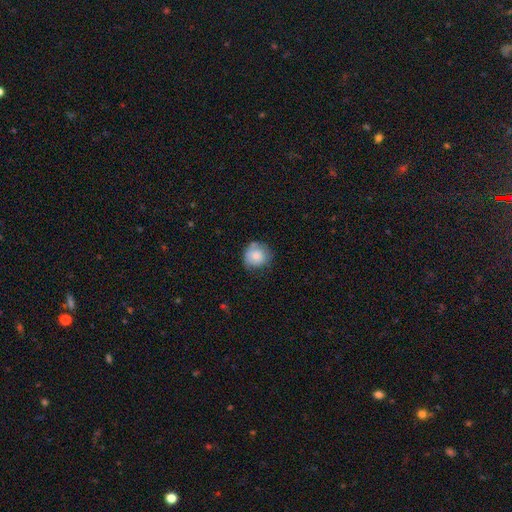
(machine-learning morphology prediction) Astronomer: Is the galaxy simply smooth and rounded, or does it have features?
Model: smooth — 77%.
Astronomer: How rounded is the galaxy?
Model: round — 88%.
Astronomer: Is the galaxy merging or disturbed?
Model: none — 64%.